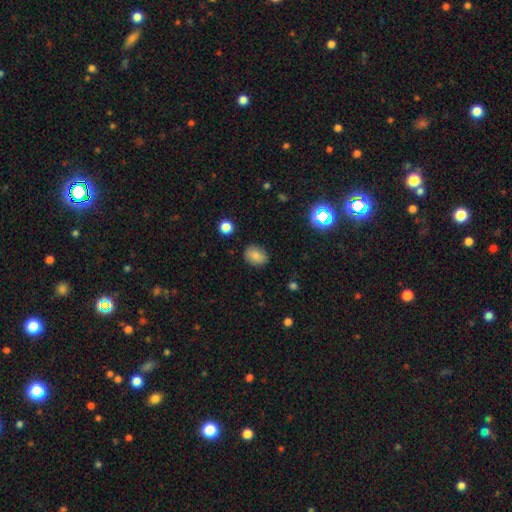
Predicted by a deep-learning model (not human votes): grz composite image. It shows a smooth galaxy with no disk features (83%) that is in between round and cigar-shaped (62%). Merging: none (84%).